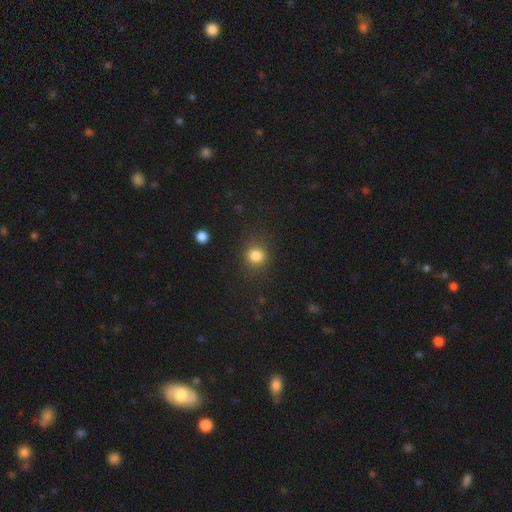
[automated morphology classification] Smooth or featured? Predicted: smooth (p=0.83). How rounded? Predicted: round (p=0.84). Merging? Predicted: none (p=0.86).